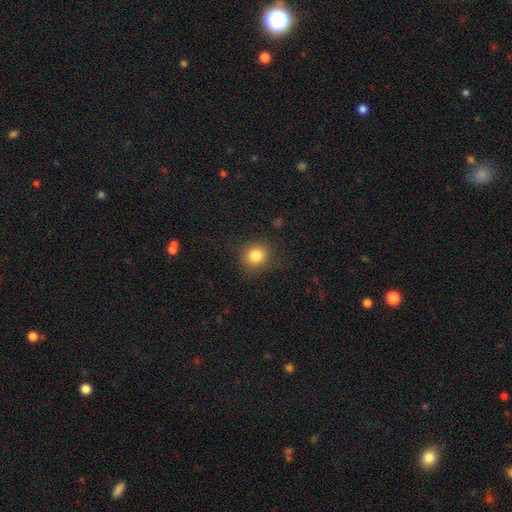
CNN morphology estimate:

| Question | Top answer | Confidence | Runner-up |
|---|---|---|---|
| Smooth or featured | smooth | 83% | star or artifact (11%) |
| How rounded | round | 80% | in between (19%) |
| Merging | none | 84% | minor disturbance (11%) |